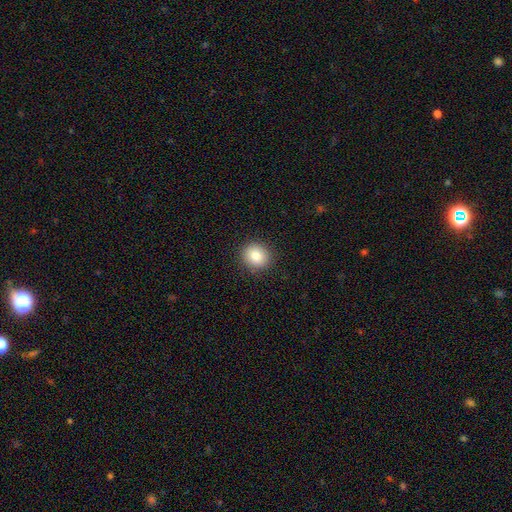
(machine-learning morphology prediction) Smooth or featured? smooth (83%)
How rounded? round (84%)
Merging? none (90%)